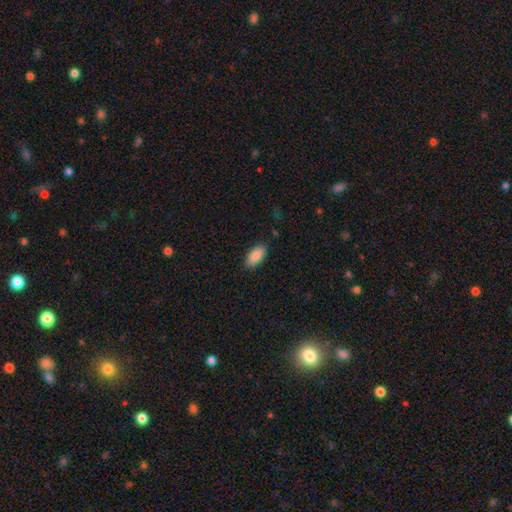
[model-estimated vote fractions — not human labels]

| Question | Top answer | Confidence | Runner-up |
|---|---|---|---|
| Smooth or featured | smooth | 88% | star or artifact (6%) |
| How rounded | in between | 92% | cigar-shaped (6%) |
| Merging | none | 85% | minor disturbance (12%) |